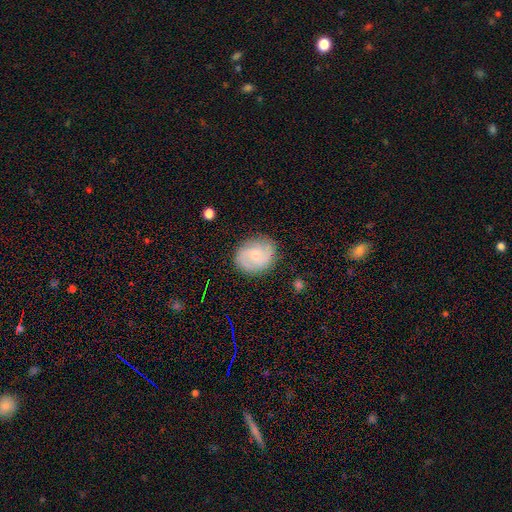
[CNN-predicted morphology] This is likely a featured or disk galaxy (62%). It is clearly not viewed edge-on (97%). Bar: likely no (65%). Spiral arm pattern: clearly yes (90%). Spiral arm count: likely 2 (75%). Spiral winding: possibly medium (46%). Central bulge: possibly small (59%). Merging: clearly none (82%).